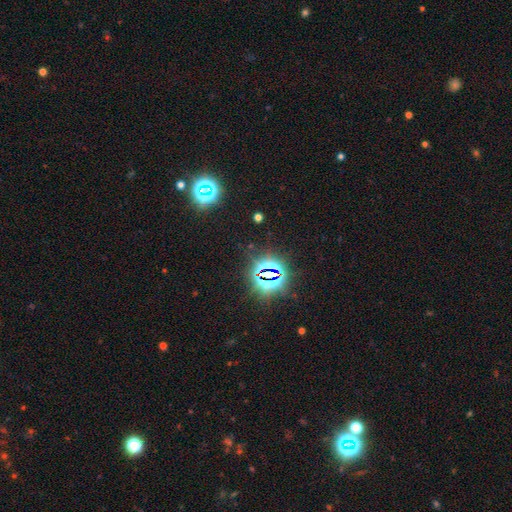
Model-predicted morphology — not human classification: smooth_or_featured: star or artifact (p=0.83) [alt: smooth p=0.11]